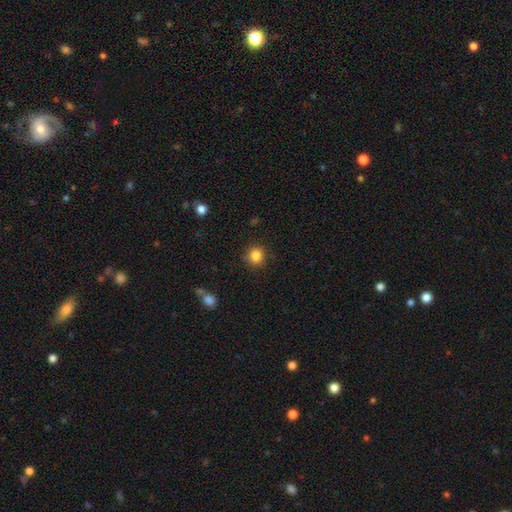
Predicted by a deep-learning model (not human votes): smooth-or-featured: smooth: 85% | star or artifact: 11% | featured or disk: 5%
  how-rounded: round: 90% | in between: 9% | cigar-shaped: 1%
  merging: none: 88% | minor disturbance: 8% | major disturbance: 2% | merger: 1%